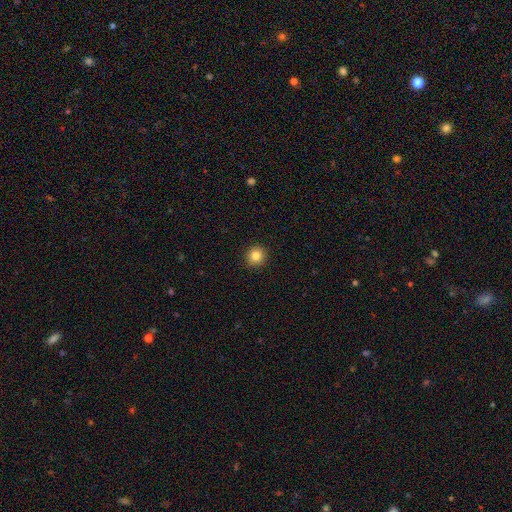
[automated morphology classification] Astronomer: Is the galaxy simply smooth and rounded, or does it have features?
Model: smooth — 84%.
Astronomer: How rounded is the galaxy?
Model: round — 94%.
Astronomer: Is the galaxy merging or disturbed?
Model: none — 93%.